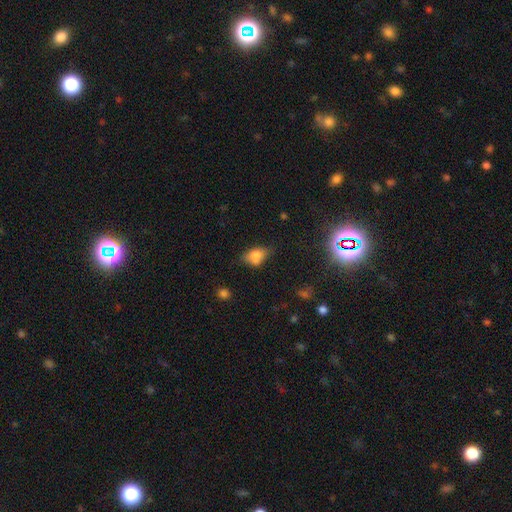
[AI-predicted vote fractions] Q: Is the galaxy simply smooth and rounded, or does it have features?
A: smooth — 70%.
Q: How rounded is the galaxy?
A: in between — 81%.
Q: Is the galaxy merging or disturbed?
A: none — 48%.